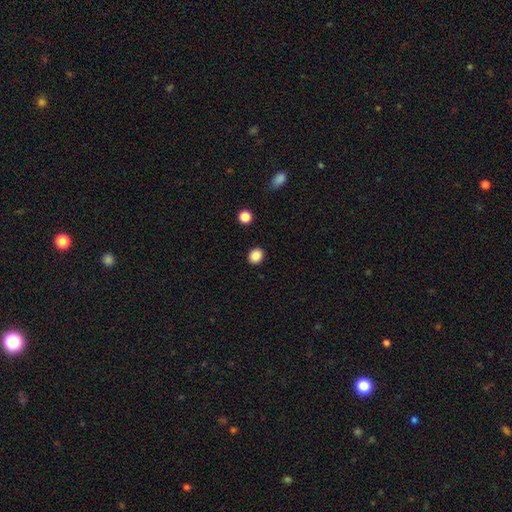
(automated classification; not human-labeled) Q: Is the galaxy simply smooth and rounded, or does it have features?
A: smooth — 87%.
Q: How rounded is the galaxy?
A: round — 71%.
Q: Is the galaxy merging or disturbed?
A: none — 91%.